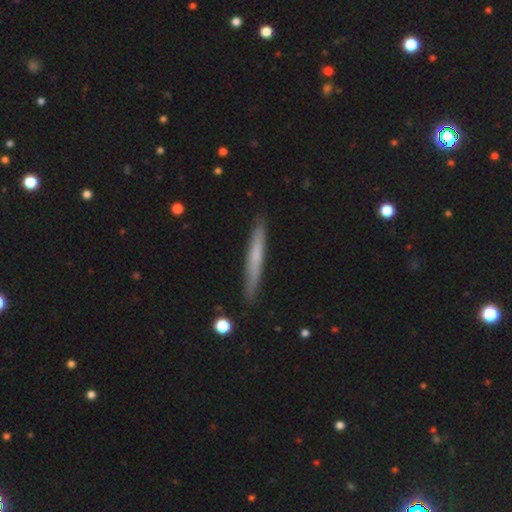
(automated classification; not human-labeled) smooth-or-featured: smooth: 57% | featured or disk: 37% | star or artifact: 6%
  how-rounded: cigar-shaped: 96% | in between: 2% | round: 1%
  merging: none: 89% | minor disturbance: 8% | major disturbance: 2% | merger: 1%